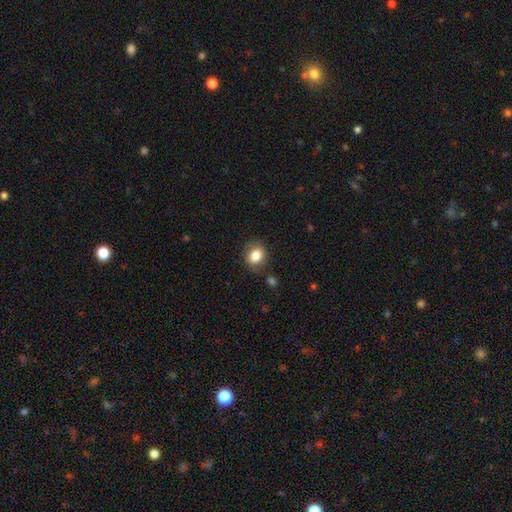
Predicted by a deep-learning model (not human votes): A smooth galaxy with no disk features (82%) that is round (51%). Merging: none (77%).